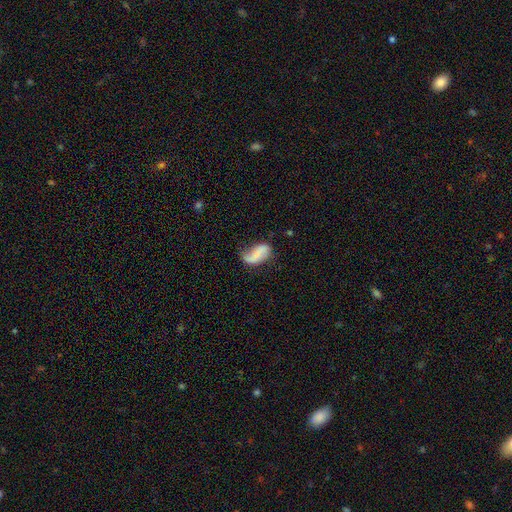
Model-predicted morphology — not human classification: Smooth or featured? smooth (52%)
How rounded? in between (90%)
Merging? none (40%)